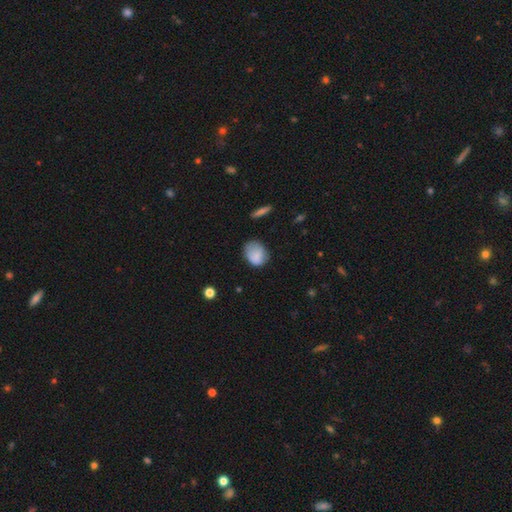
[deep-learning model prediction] Q: Smooth or featured?
A: smooth (82%); runner-up: featured or disk (9%)
Q: How rounded?
A: in between (52%); runner-up: round (47%)
Q: Merging?
A: none (59%); runner-up: minor disturbance (30%)